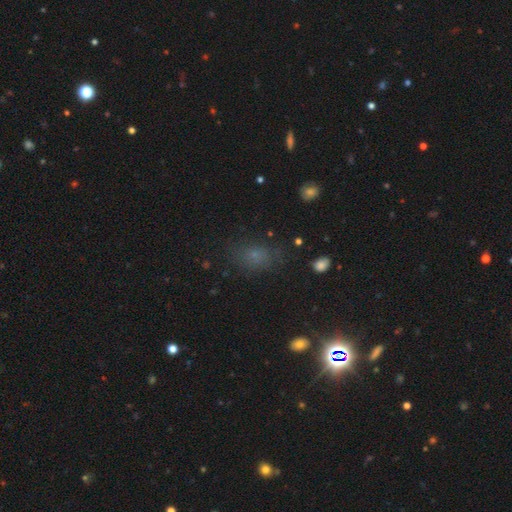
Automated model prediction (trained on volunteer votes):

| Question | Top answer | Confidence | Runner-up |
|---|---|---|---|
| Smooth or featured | smooth | 56% | star or artifact (31%) |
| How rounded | in between | 61% | round (37%) |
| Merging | none | 72% | minor disturbance (17%) |